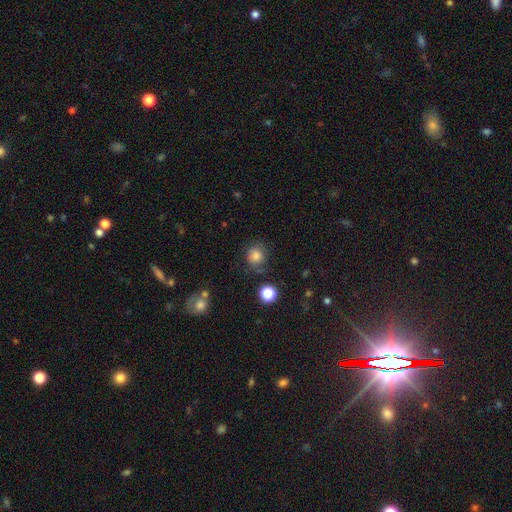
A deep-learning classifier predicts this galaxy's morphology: A smooth galaxy with no disk features (81%) that is round (88%).

Vote fractions:
- Smooth or featured? smooth: 81% / star or artifact: 12% / featured or disk: 7%
- How rounded? round: 88% / in between: 11% / cigar-shaped: 1%
- Merging? none: 74% / minor disturbance: 16% / major disturbance: 6% / merger: 4%